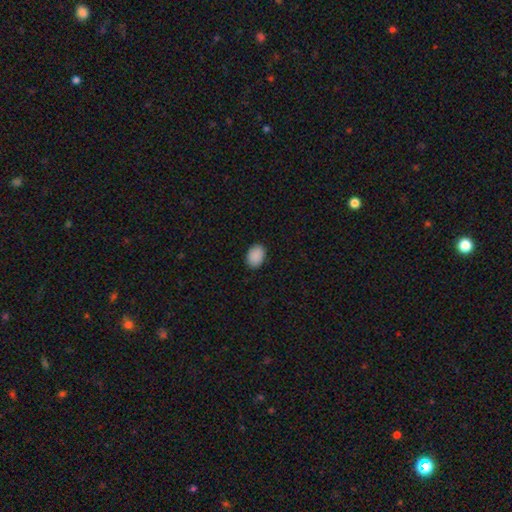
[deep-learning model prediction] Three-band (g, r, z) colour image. It shows a smooth galaxy with no disk features (90%) that is in between round and cigar-shaped (78%). Merging: none (88%).